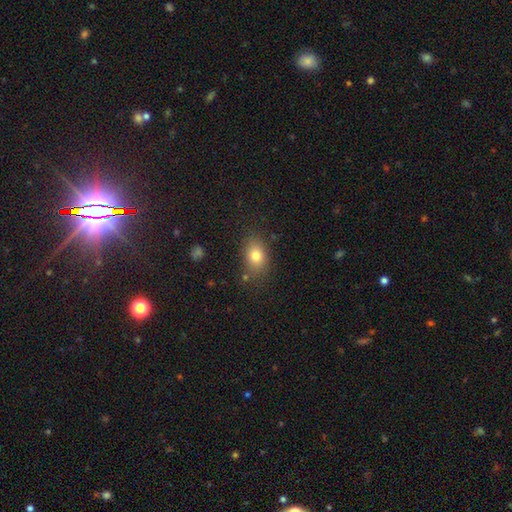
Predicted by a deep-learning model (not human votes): A smooth galaxy with no disk features (78%) that is in between round and cigar-shaped (74%). Merging: none (78%).